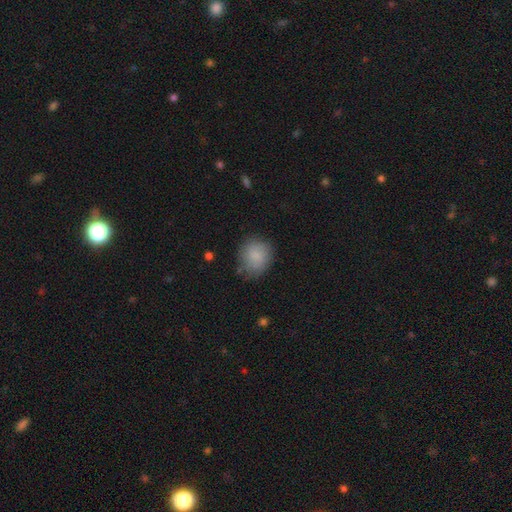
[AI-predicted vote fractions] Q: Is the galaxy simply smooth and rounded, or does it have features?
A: smooth — 82%.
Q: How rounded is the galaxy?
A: round — 78%.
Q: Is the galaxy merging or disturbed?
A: none — 70%.